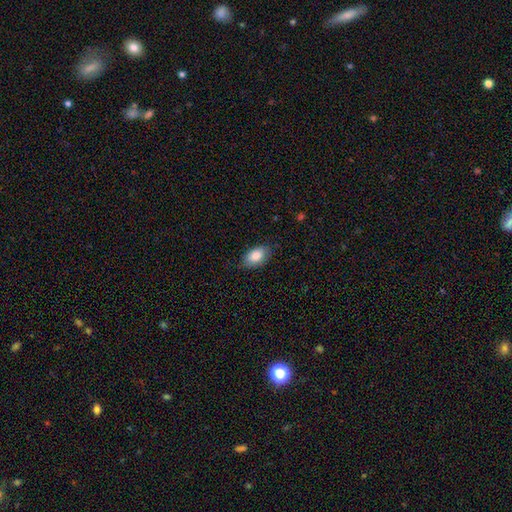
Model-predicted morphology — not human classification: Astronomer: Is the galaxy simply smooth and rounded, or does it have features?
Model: smooth — 84%.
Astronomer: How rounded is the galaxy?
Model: in between — 92%.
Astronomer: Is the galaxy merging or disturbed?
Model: none — 82%.